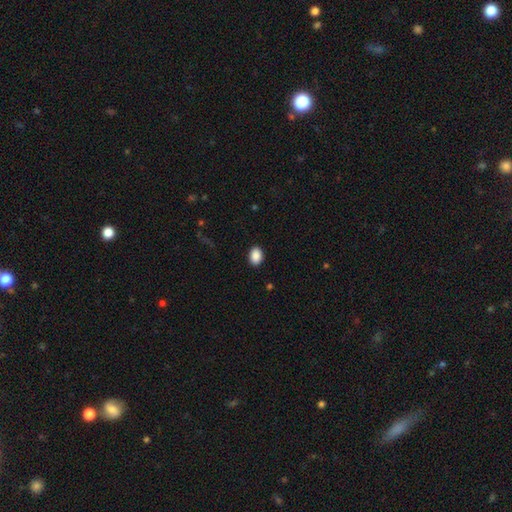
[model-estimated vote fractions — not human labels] This appears to be a smooth galaxy with no disk features (90%) that is in between round and cigar-shaped (80%). Merging: none (90%).